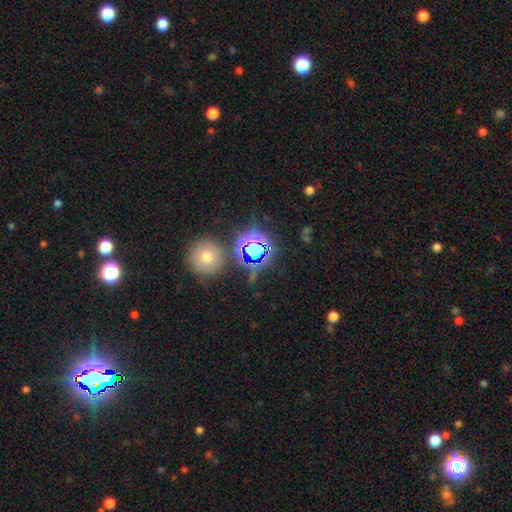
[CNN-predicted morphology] This is likely a star or artifact rather than a galaxy (64%).